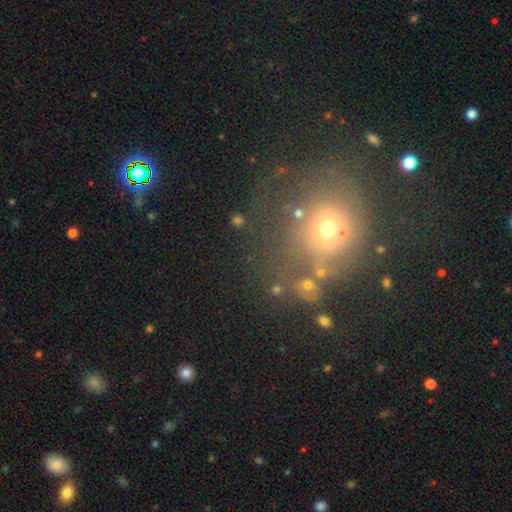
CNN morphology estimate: A smooth galaxy with no disk features (49%).

Vote fractions:
- Smooth or featured? smooth: 49% / star or artifact: 34% / featured or disk: 17%
- Merging? none: 63% / minor disturbance: 16% / major disturbance: 12% / merger: 8%